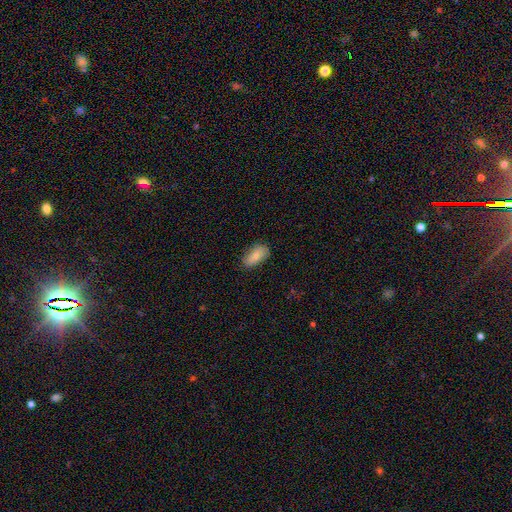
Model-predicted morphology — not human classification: A smooth galaxy with no disk features (77%) that is in between round and cigar-shaped (92%). Merging: none (77%).